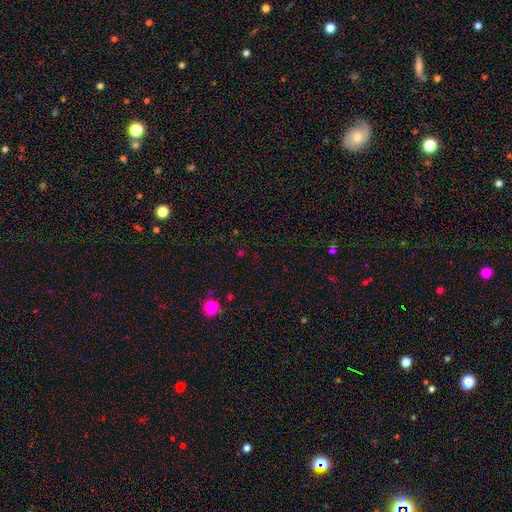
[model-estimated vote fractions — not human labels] A star or artifact, not a galaxy (56%).

Vote fractions:
- Smooth or featured? star or artifact: 56% / smooth: 37% / featured or disk: 7%